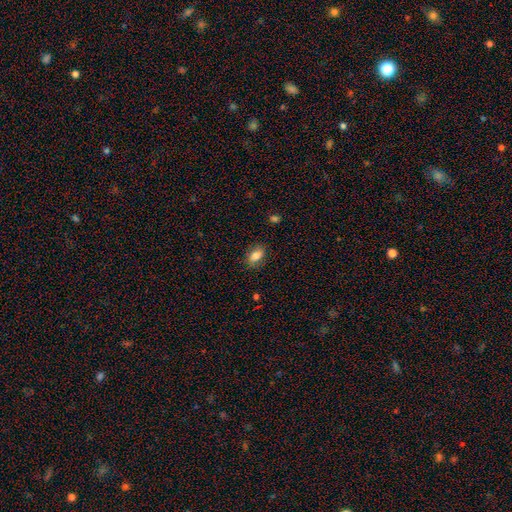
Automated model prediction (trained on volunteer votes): Smooth or featured: smooth — 84% (star or artifact — 8%)
How rounded: in between — 83% (round — 15%)
Merging: none — 85% (minor disturbance — 11%)